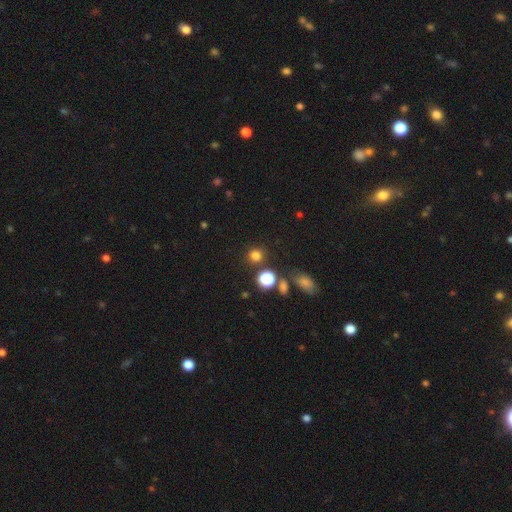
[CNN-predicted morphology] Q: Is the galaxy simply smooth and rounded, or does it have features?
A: smooth — 77%.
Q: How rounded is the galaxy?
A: round — 88%.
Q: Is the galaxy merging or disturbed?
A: none — 82%.